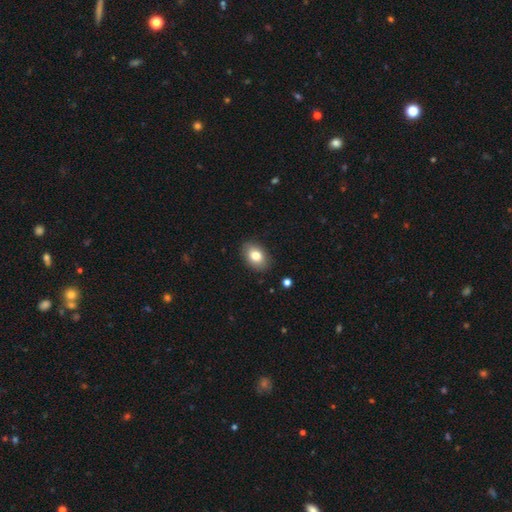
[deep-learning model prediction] Smooth or featured: smooth — 79% (featured or disk — 13%)
How rounded: in between — 80% (round — 18%)
Merging: none — 88% (minor disturbance — 9%)